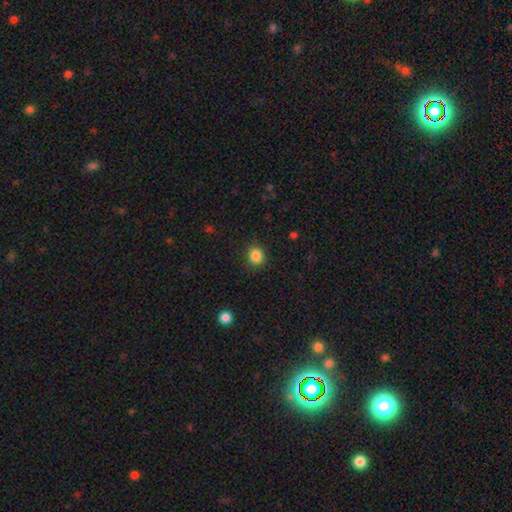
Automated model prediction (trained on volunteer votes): The model was most divided on "how rounded": round: 76%, in between: 23%, cigar-shaped: 1%. More confident: merging — none (87%); smooth or featured — smooth (86%).